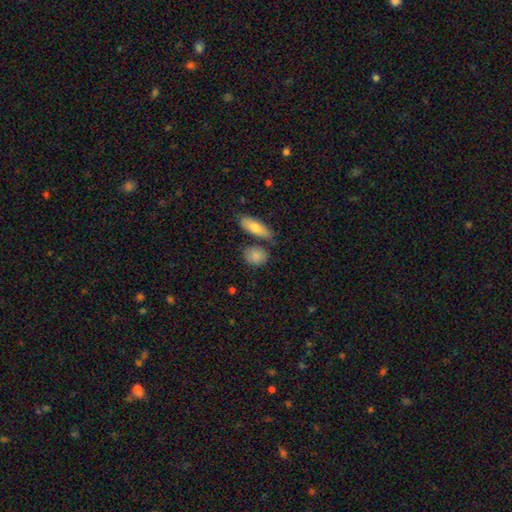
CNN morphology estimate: smooth_or_featured: smooth (p=0.85) [alt: featured or disk p=0.08]
how_rounded: in between (p=0.53) [alt: round p=0.42]
merging: none (p=0.68) [alt: minor disturbance p=0.15]